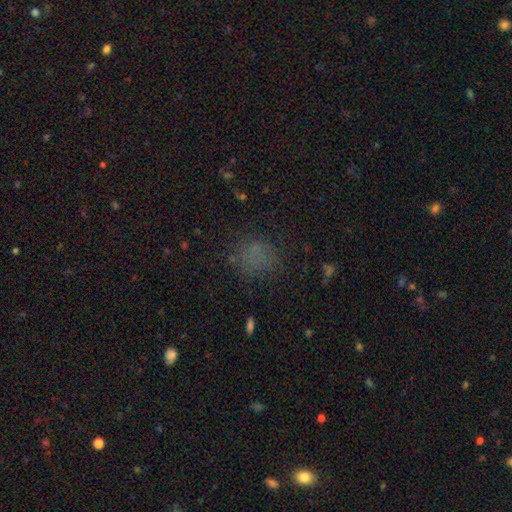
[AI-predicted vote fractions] A smooth galaxy with no disk features (67%) that is round (69%). Merging: none (73%).